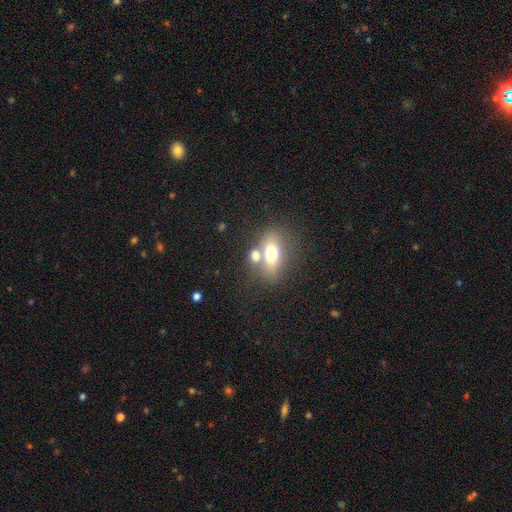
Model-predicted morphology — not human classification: Smooth or featured: smooth — 67% (featured or disk — 23%)
How rounded: in between — 77% (round — 17%)
Merging: none — 48% (merger — 34%)